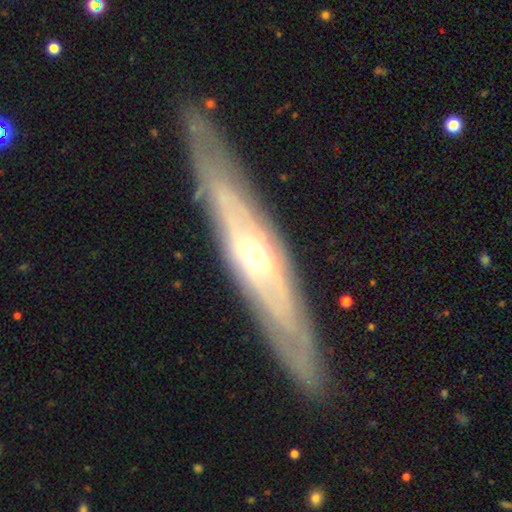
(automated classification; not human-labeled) Overall: featured or disk (79%). Edge-on disk: yes (61%; no 39%). Merging: none (87%).